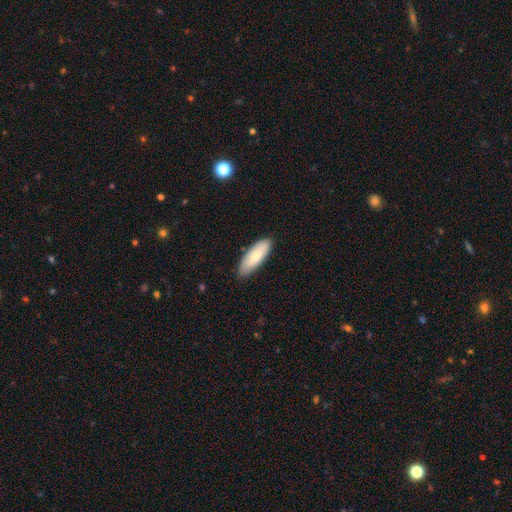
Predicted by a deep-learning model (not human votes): smooth 78%, featured or disk 16%, star or artifact 5%. Down the decision tree: how rounded — in between (68%); merging — none (83%).